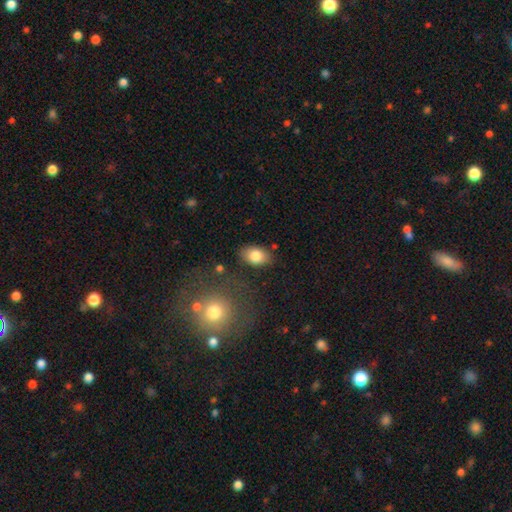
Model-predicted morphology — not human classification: Overall: smooth (83%). How rounded: in between (87%). Merging: none (81%).